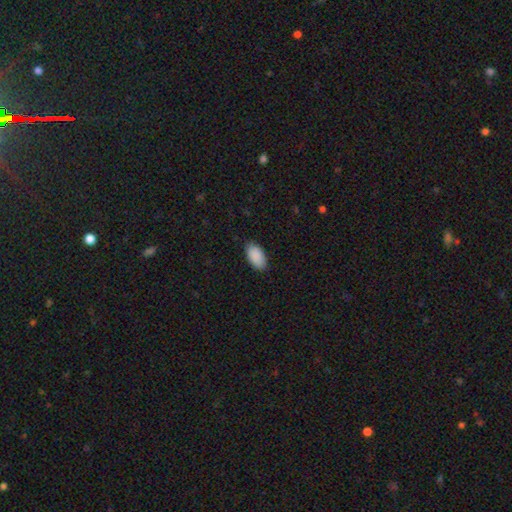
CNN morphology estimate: Smooth or featured? Predicted: smooth (p=0.90). How rounded? Predicted: in between (p=0.95). Merging? Predicted: none (p=0.84).